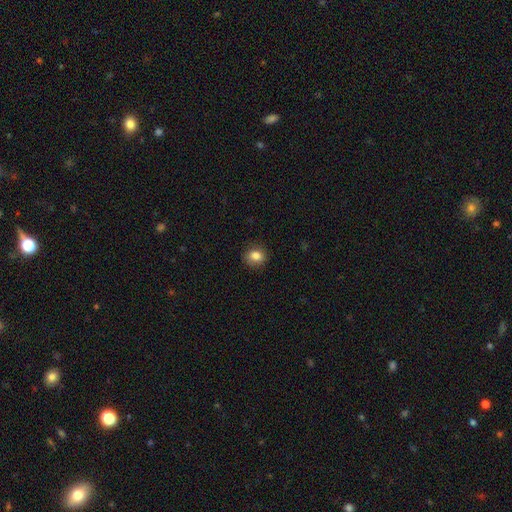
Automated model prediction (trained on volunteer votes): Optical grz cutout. It shows a smooth galaxy with no disk features (83%) that is round (64%). Merging: none (83%).